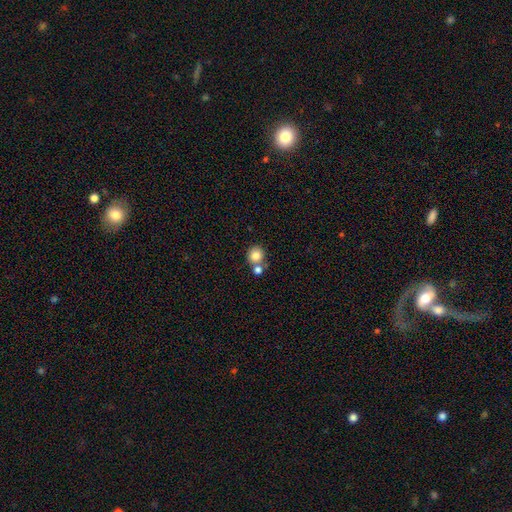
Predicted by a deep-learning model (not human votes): This appears to be a smooth galaxy with no disk features (82%) that is round (88%). Merging: none (58%).